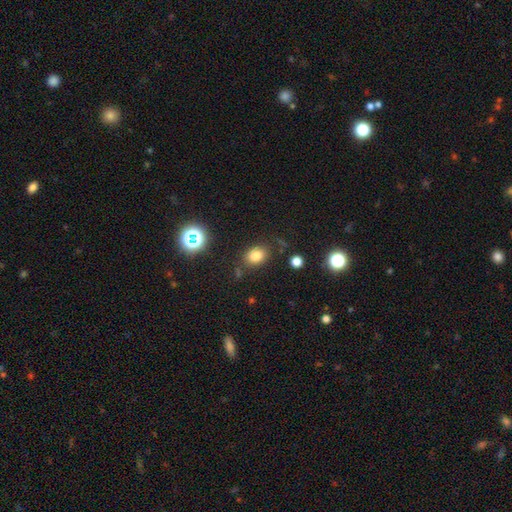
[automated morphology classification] smooth_or_featured: smooth (p=0.78) [alt: star or artifact p=0.14]
how_rounded: in between (p=0.63) [alt: round p=0.36]
merging: none (p=0.79) [alt: minor disturbance p=0.13]